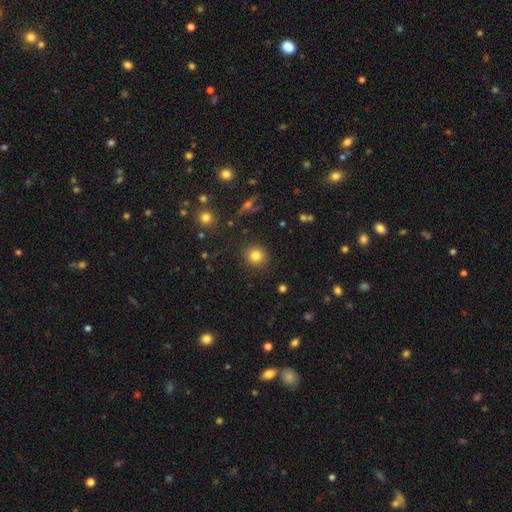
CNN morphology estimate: Q: Smooth or featured?
A: smooth (81%); runner-up: star or artifact (12%)
Q: How rounded?
A: round (91%); runner-up: in between (8%)
Q: Merging?
A: none (90%); runner-up: minor disturbance (6%)